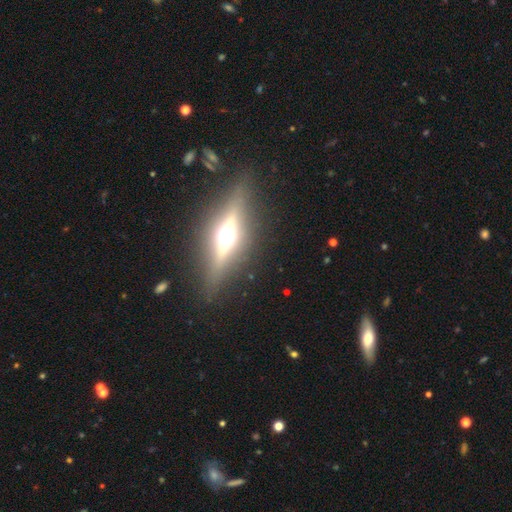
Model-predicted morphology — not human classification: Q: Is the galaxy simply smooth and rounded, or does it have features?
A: featured or disk — 76%.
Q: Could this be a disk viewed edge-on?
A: yes — 95%.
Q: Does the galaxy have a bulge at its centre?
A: rounded — 92%.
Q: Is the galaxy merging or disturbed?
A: none — 88%.